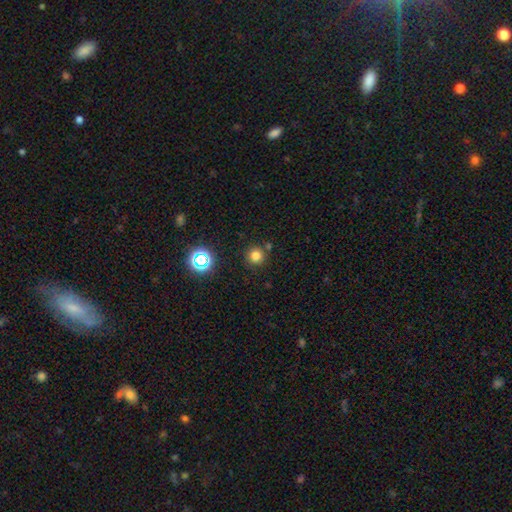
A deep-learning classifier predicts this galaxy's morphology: This is likely a smooth galaxy (76%). How rounded: clearly round (95%). Merging: clearly none (82%).